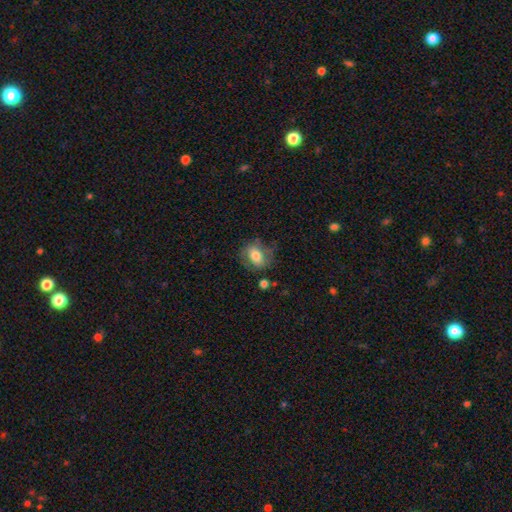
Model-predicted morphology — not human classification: The model was most divided on "how rounded": in between: 65%, round: 33%, cigar-shaped: 2%. More confident: smooth or featured — smooth (68%); merging — none (64%).